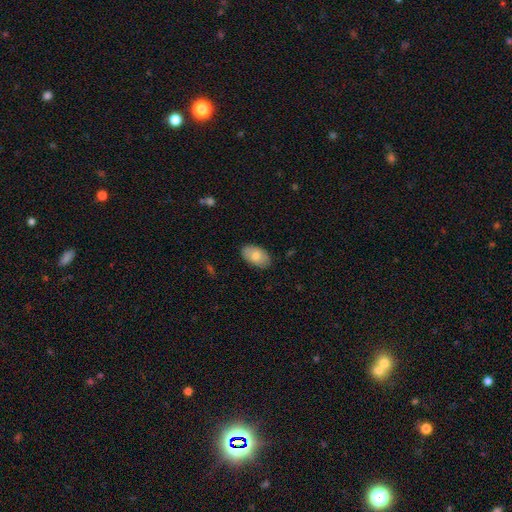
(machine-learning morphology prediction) smooth 76%, featured or disk 18%, star or artifact 6%. Down the decision tree: how rounded — in between (94%); merging — none (86%).